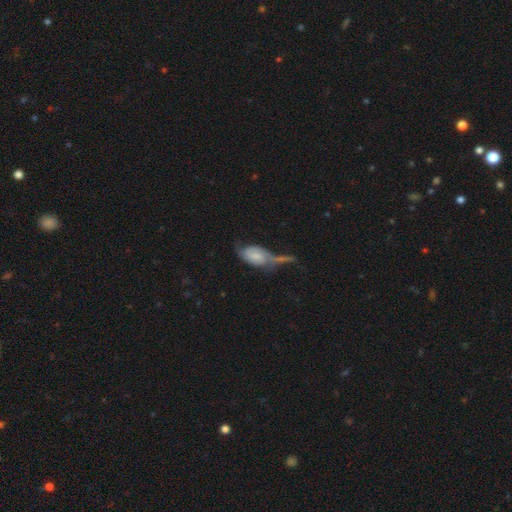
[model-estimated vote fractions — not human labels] smooth-or-featured: smooth: 49% | featured or disk: 43% | star or artifact: 8%
  merging: merger: 34% | none: 24% | major disturbance: 23% | minor disturbance: 19%